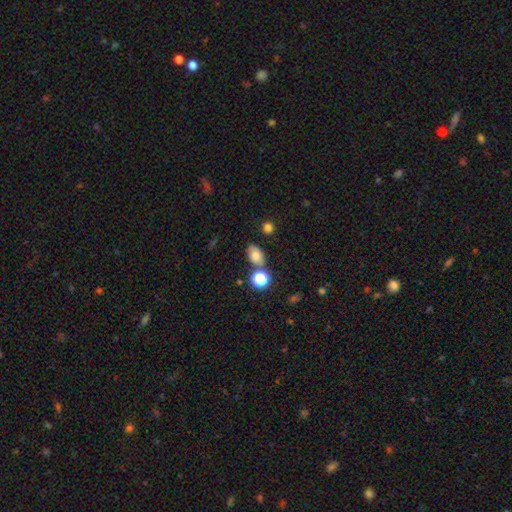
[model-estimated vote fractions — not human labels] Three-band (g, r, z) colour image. It shows a smooth galaxy with no disk features (72%) that is in between round and cigar-shaped (81%). Merging: none (72%).